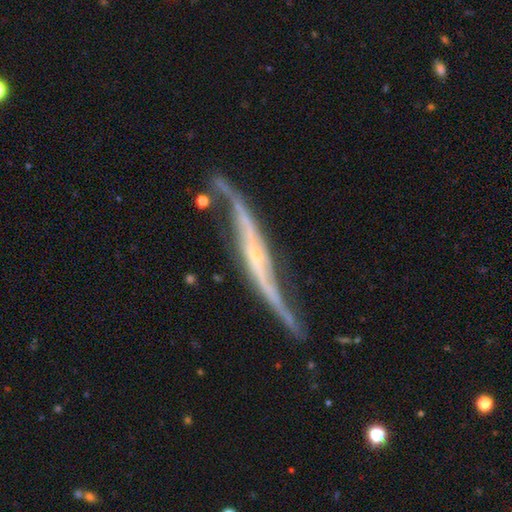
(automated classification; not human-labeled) Smooth or featured? featured or disk (88%)
Edge-on disk? yes (58%)
Edge-on bulge? rounded (59%)
Merging? none (54%)